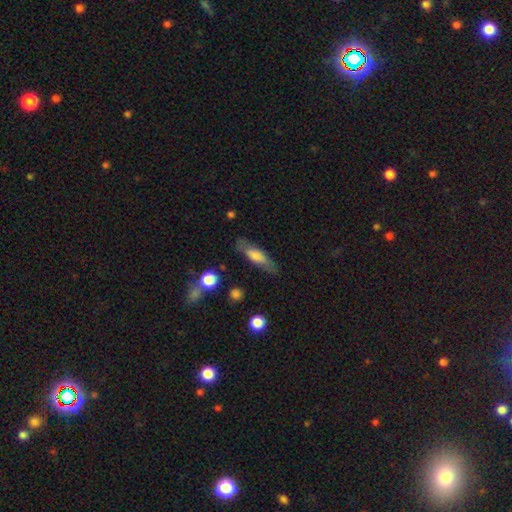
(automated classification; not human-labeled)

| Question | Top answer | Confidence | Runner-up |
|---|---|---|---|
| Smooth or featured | smooth | 65% | featured or disk (28%) |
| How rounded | cigar-shaped | 55% | in between (42%) |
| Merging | none | 76% | minor disturbance (16%) |